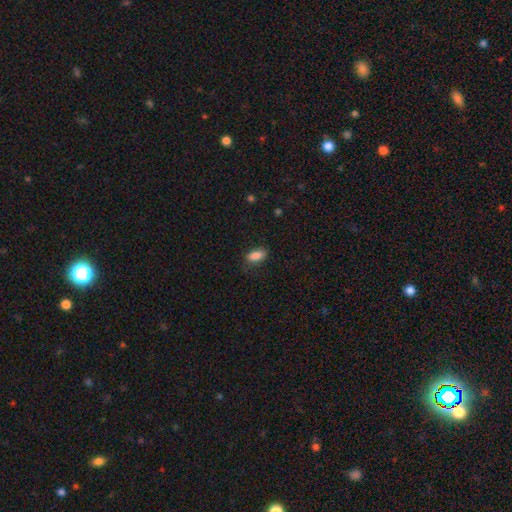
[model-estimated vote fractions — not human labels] Morphology: type=smooth (87%); roundness=in between (89%); merging=none (76%).